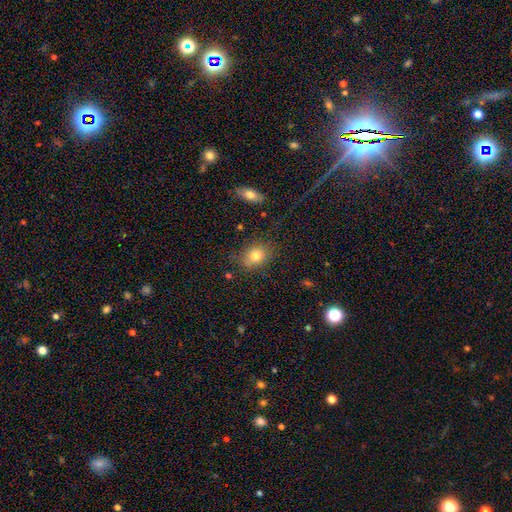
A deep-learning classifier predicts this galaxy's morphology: A smooth galaxy with no disk features (78%) that is in between round and cigar-shaped (51%). Merging: none (78%).